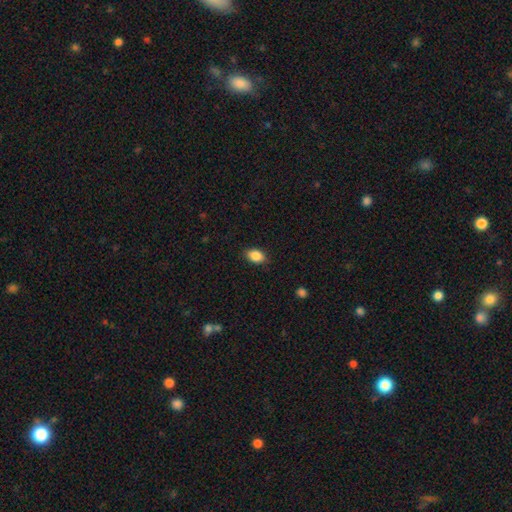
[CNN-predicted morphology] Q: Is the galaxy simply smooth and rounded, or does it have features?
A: smooth — 88%.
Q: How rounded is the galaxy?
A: in between — 85%.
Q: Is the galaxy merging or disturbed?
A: none — 86%.